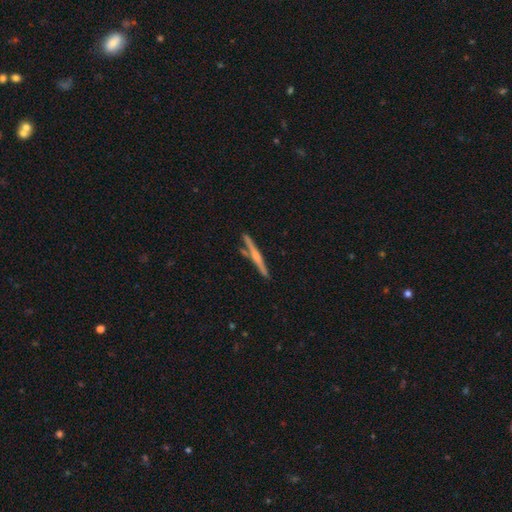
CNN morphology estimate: Smooth or featured: featured or disk — 61% (smooth — 33%)
Edge-on disk: yes — 97% (no — 3%)
Edge-on bulge: rounded — 57% (none — 32%)
Merging: none — 80% (minor disturbance — 10%)